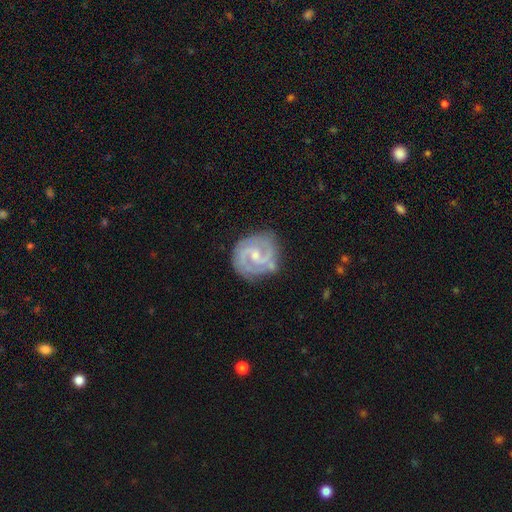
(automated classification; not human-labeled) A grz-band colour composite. It shows a featured or disk galaxy (89%) with a weak bar (54%), 2 (84%) tight (49%) spiral arms (98%) and a small central bulge (54%). Merging: none (74%).